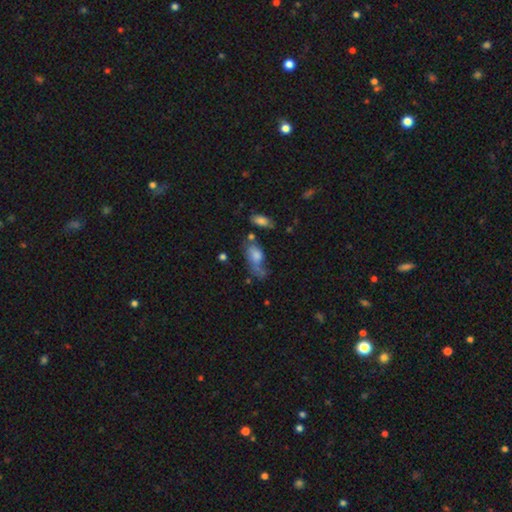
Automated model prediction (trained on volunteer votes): smooth-or-featured: smooth: 66% | featured or disk: 25% | star or artifact: 9%
  how-rounded: in between: 85% | round: 9% | cigar-shaped: 7%
  merging: major disturbance: 30% | none: 29% | minor disturbance: 25% | merger: 16%